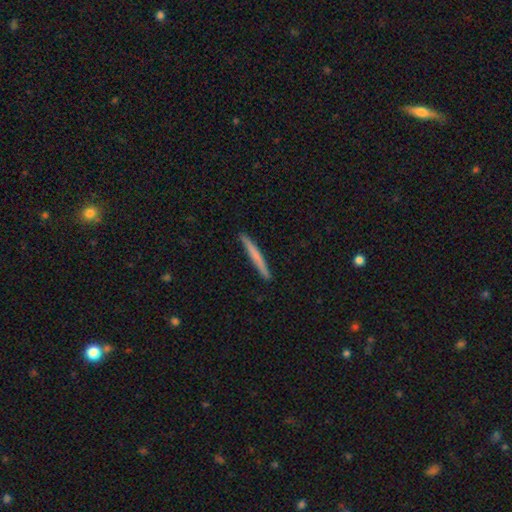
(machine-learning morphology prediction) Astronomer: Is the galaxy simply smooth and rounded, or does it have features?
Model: smooth — 62%.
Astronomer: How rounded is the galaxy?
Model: cigar-shaped — 97%.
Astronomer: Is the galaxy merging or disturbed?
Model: none — 91%.